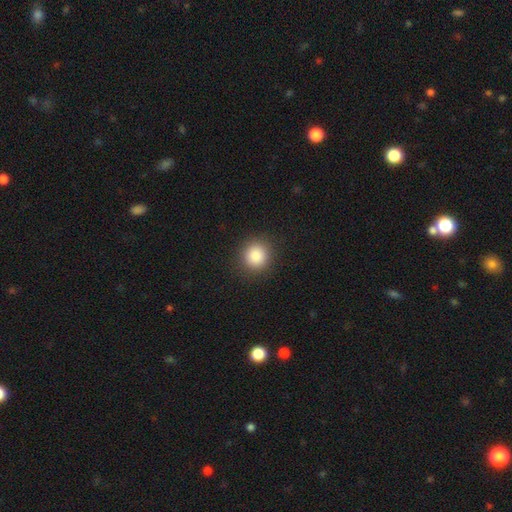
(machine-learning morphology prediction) Smooth or featured? smooth (86%)
How rounded? round (91%)
Merging? none (91%)